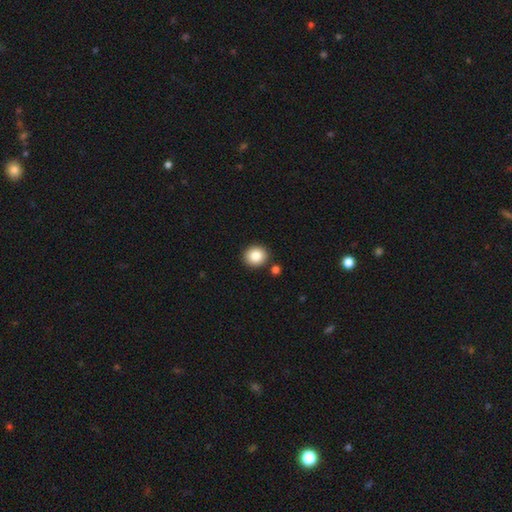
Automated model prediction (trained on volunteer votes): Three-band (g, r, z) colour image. It shows a smooth galaxy with no disk features (86%) that is round (85%). Merging: none (88%).